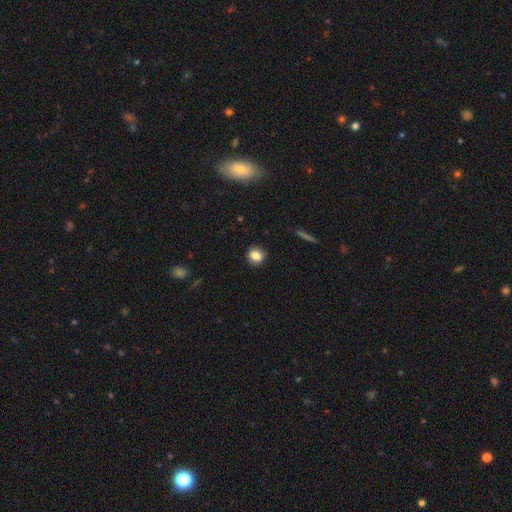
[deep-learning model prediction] A smooth galaxy with no disk features (82%) that is round (77%).

Vote fractions:
- Smooth or featured? smooth: 82% / star or artifact: 11% / featured or disk: 8%
- How rounded? round: 77% / in between: 22% / cigar-shaped: 2%
- Merging? none: 88% / minor disturbance: 9% / major disturbance: 2% / merger: 1%